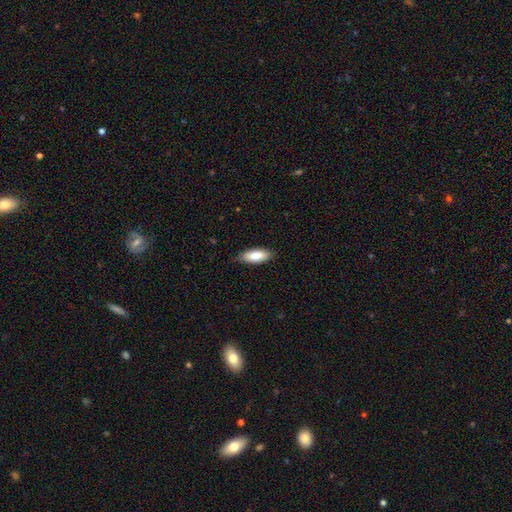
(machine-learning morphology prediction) Smooth or featured? smooth (78%)
How rounded? in between (81%)
Merging? none (81%)